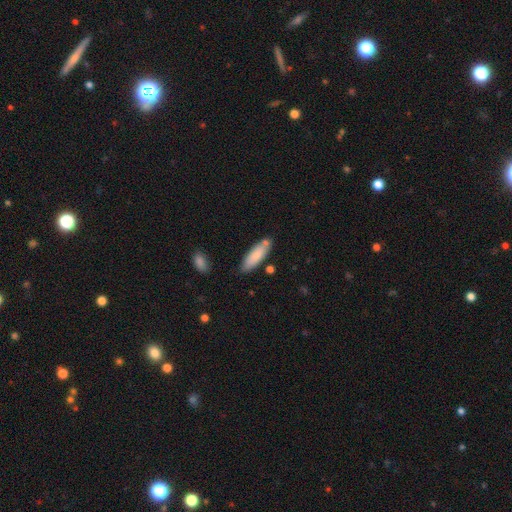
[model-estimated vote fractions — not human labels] smooth 84%, featured or disk 11%, star or artifact 6%. Down the decision tree: how rounded — cigar-shaped (52%); merging — none (76%).